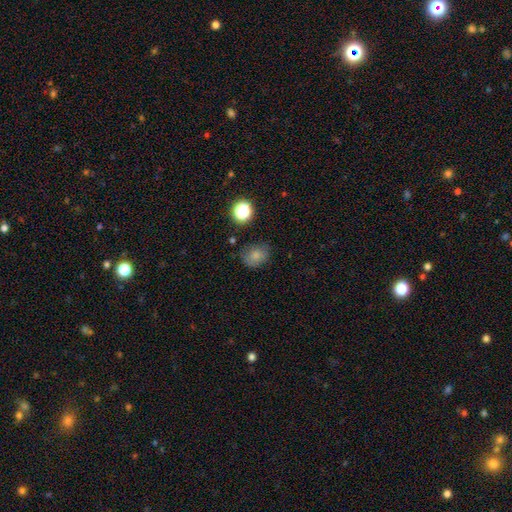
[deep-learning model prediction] The model was most divided on "how rounded": round: 55%, in between: 44%, cigar-shaped: 1%. More confident: smooth or featured — smooth (77%); merging — none (68%).